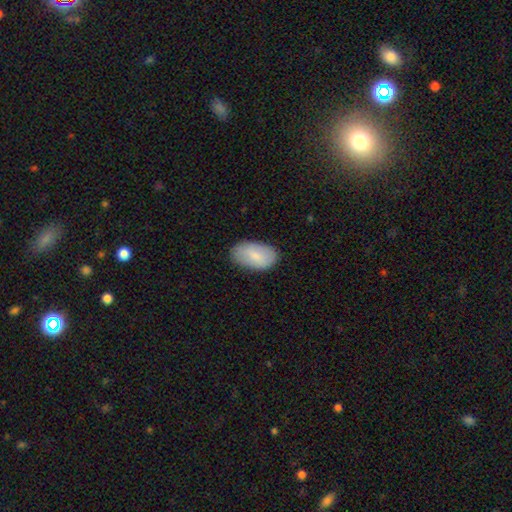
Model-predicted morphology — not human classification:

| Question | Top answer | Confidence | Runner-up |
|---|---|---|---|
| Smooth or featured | smooth | 81% | featured or disk (13%) |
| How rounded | in between | 95% | round (4%) |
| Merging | none | 82% | minor disturbance (14%) |